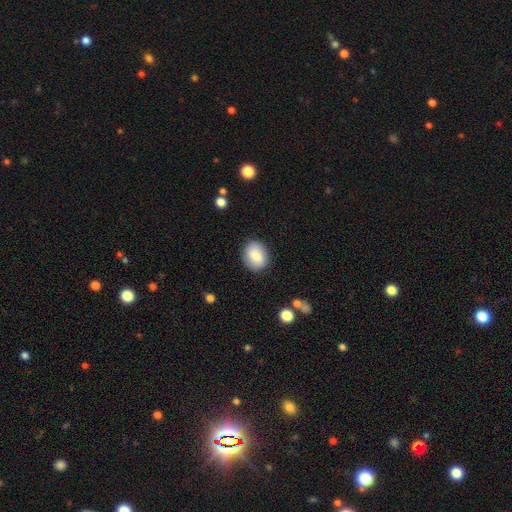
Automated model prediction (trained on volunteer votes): Smooth or featured? smooth (82%)
How rounded? in between (50%)
Merging? none (84%)